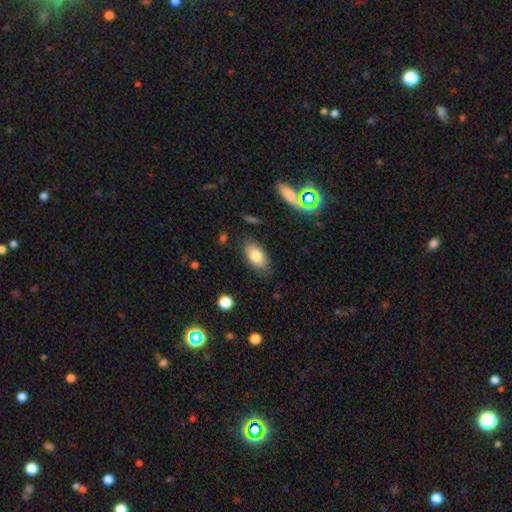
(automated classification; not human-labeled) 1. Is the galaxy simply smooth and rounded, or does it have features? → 79% smooth, 13% featured or disk, 8% star or artifact.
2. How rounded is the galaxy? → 91% in between, 5% round, 3% cigar-shaped.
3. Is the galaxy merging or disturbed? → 82% none, 14% minor disturbance, 3% major disturbance, 2% merger.